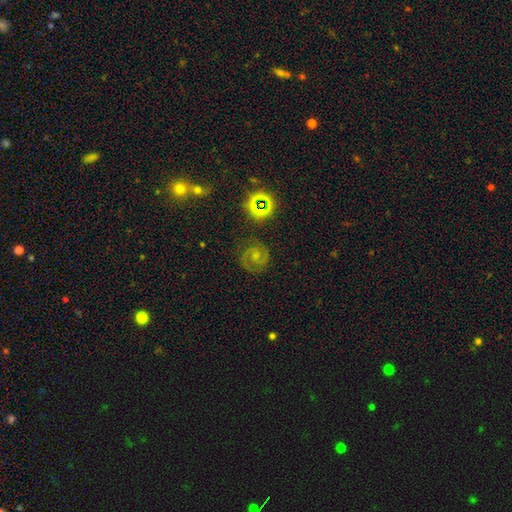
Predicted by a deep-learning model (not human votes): Morphology: type=featured or disk (70%); edge-on=no (98%); bar=no (56%); spiral arms=yes (95%); winding=tight (48%); arm count=2 (85%); bulge=small (39%); merging=none (80%).